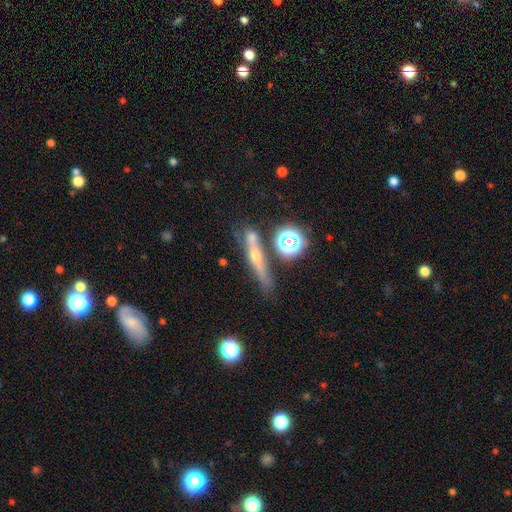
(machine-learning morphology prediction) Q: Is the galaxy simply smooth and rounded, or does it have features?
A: featured or disk — 53%.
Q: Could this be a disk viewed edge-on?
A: yes — 86%.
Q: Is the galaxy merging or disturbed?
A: none — 69%.